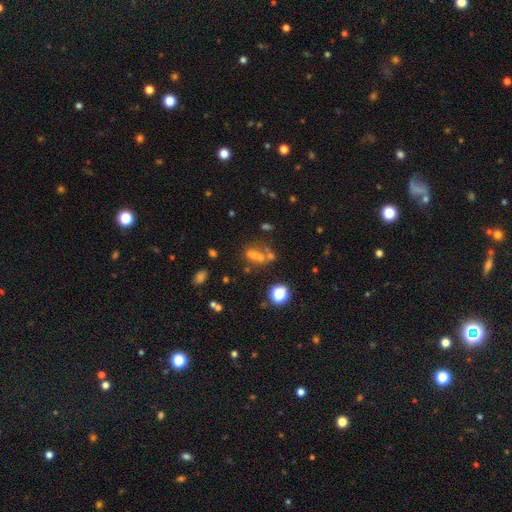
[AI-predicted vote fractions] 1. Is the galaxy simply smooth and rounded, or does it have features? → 48% smooth, 27% star or artifact, 25% featured or disk.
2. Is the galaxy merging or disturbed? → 49% merger, 33% none, 10% minor disturbance, 8% major disturbance.